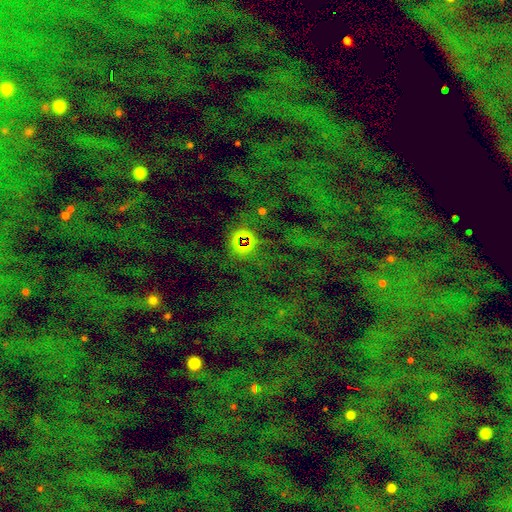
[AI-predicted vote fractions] Q: Smooth or featured?
A: star or artifact (74%); runner-up: smooth (16%)